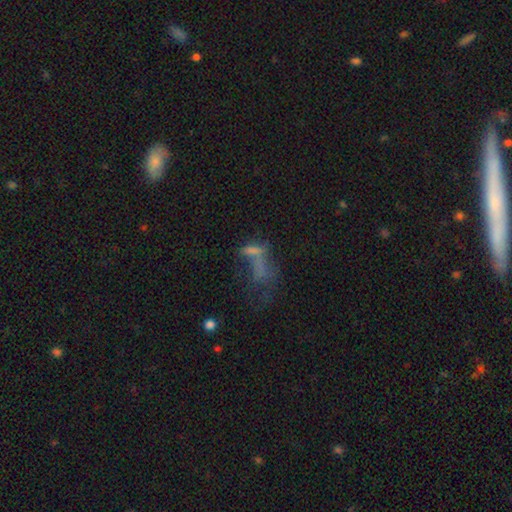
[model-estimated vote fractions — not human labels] This appears to be a smooth galaxy with no disk features (42%). Merging: major disturbance (37%).